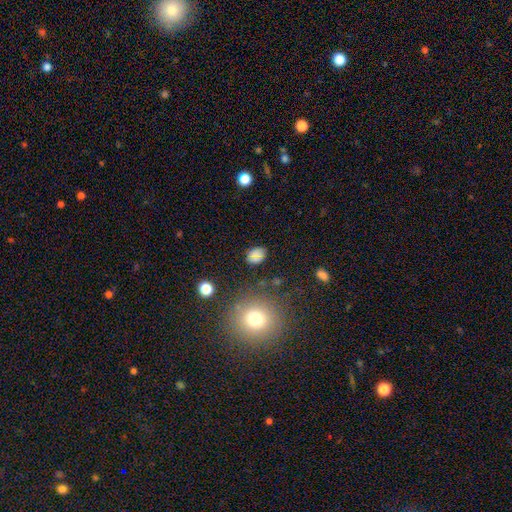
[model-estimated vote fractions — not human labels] A smooth galaxy with no disk features (65%) that is in between round and cigar-shaped (61%).

Vote fractions:
- Smooth or featured? smooth: 65% / star or artifact: 21% / featured or disk: 14%
- How rounded? in between: 61% / round: 37% / cigar-shaped: 2%
- Merging? none: 71% / minor disturbance: 16% / merger: 6% / major disturbance: 6%